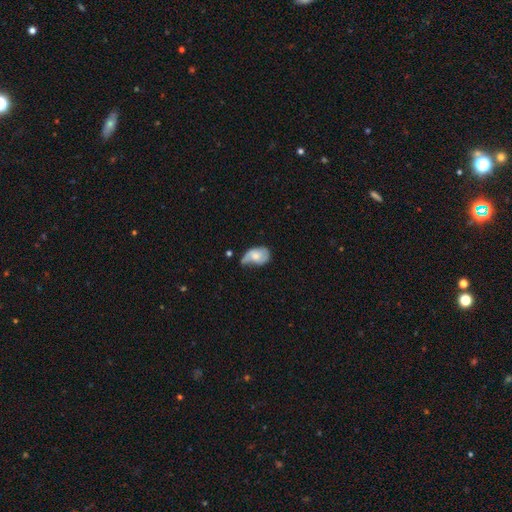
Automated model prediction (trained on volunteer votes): smooth_or_featured: smooth (p=0.47) [alt: featured or disk p=0.46]
merging: minor disturbance (p=0.40) [alt: none p=0.29]